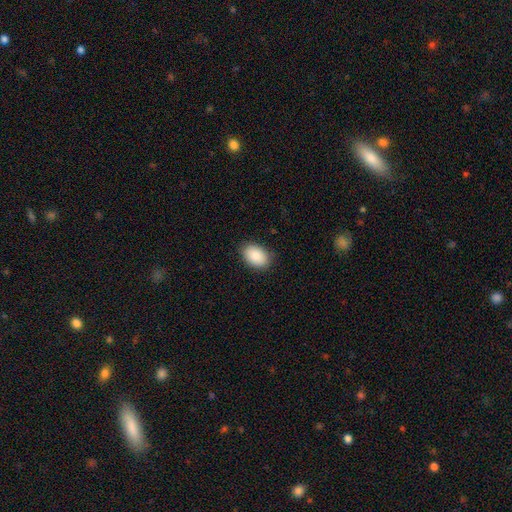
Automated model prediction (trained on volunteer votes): Smooth or featured? smooth (88%)
How rounded? in between (87%)
Merging? none (87%)